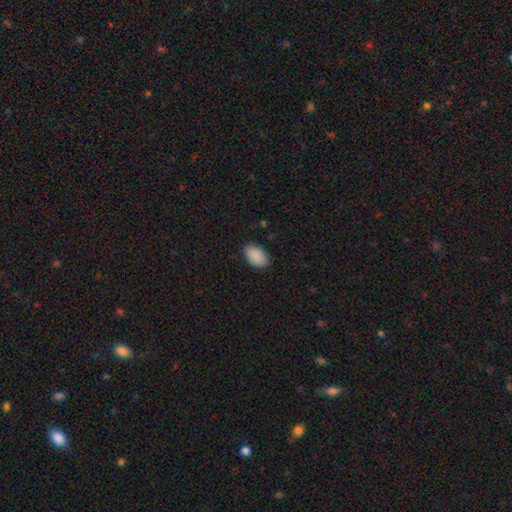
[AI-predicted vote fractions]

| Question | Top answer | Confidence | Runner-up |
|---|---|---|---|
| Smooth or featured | smooth | 91% | star or artifact (7%) |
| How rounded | in between | 92% | round (7%) |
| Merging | none | 87% | minor disturbance (10%) |